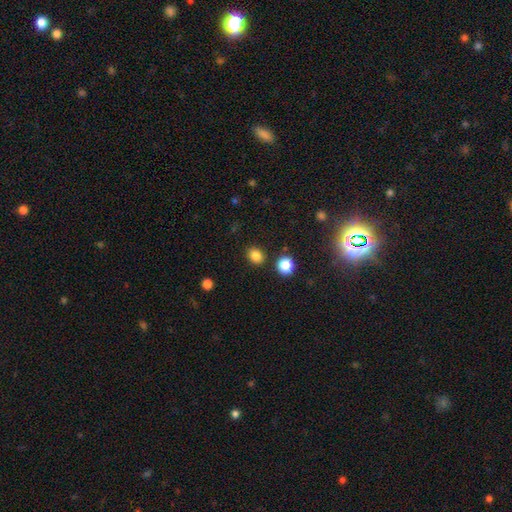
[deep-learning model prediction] smooth 83%, star or artifact 13%, featured or disk 4%. Down the decision tree: how rounded — round (62%); merging — none (86%).